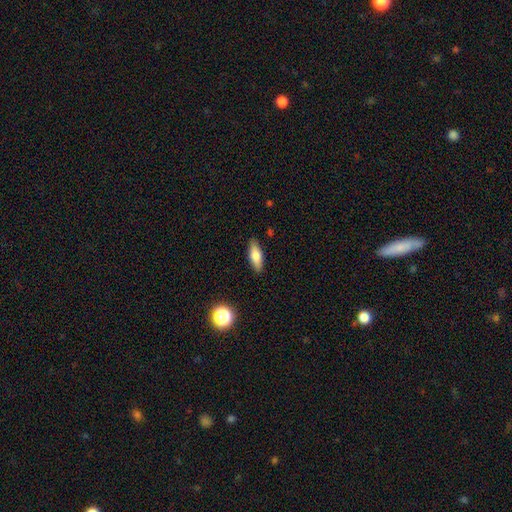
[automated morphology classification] Smooth or featured?
  - smooth: 72% *
  - featured or disk: 21%
  - star or artifact: 8%
How rounded?
  - in between: 63% *
  - cigar-shaped: 34%
  - round: 3%
Merging?
  - none: 87% *
  - minor disturbance: 10%
  - major disturbance: 2%
  - merger: 1%